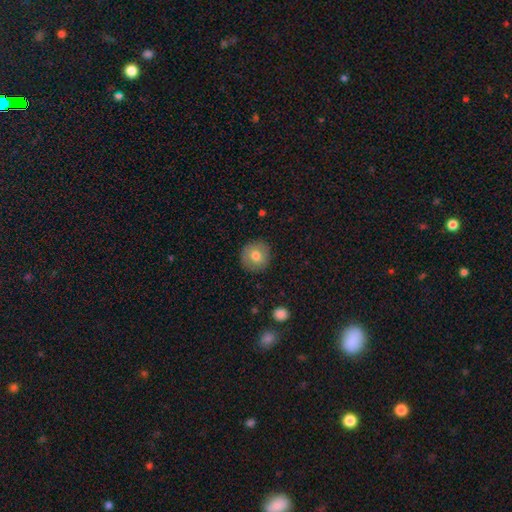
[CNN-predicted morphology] A smooth galaxy with no disk features (76%) that is round (93%). Merging: none (89%).